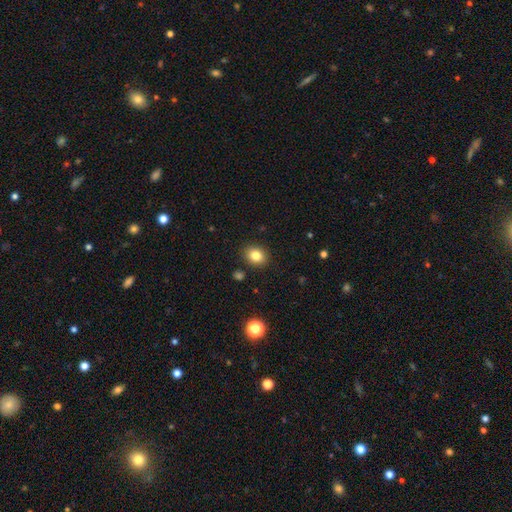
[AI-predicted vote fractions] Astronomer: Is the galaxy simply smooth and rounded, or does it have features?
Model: smooth — 82%.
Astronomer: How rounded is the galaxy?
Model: round — 60% (runner-up: in between, 39%).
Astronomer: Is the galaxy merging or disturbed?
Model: none — 89%.